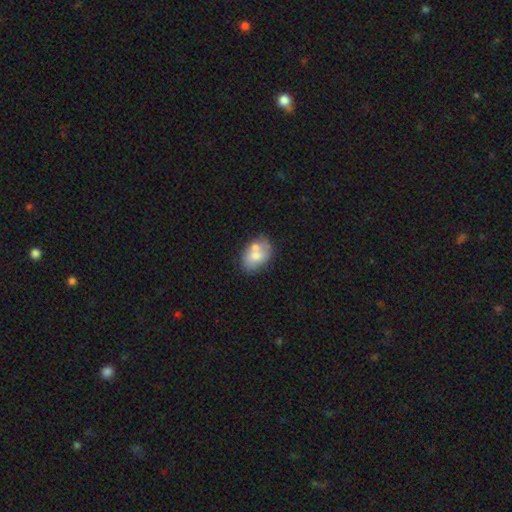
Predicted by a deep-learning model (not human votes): Morphology: type=smooth (61%); roundness=in between (78%); merging=none (44%).